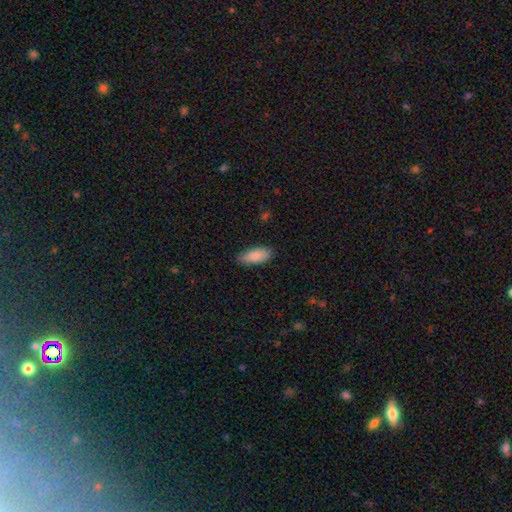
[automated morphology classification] Smooth or featured?
  - smooth: 88% *
  - featured or disk: 6%
  - star or artifact: 6%
How rounded?
  - in between: 85% *
  - cigar-shaped: 13%
  - round: 2%
Merging?
  - none: 84% *
  - minor disturbance: 13%
  - major disturbance: 2%
  - merger: 1%